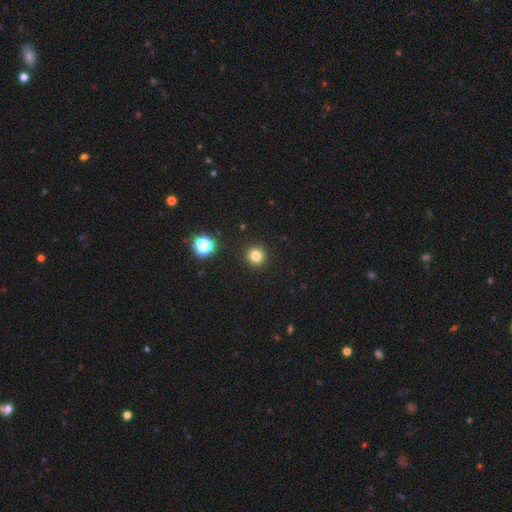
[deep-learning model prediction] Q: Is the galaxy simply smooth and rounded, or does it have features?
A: smooth — 80%.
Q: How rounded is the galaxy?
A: round — 94%.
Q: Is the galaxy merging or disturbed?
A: none — 92%.